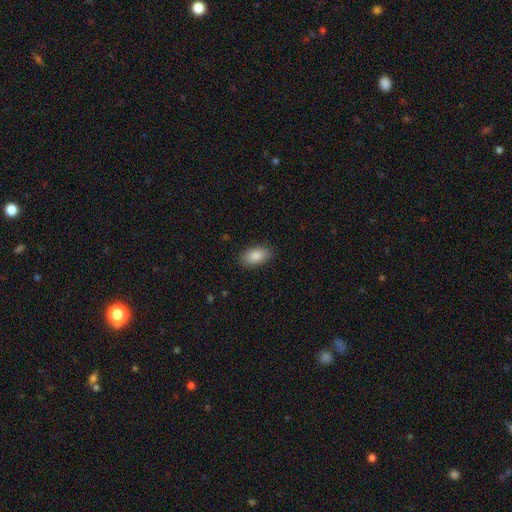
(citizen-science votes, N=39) Smooth or featured? smooth (95%)
How rounded? in between (95%)
Merging? none (95%)